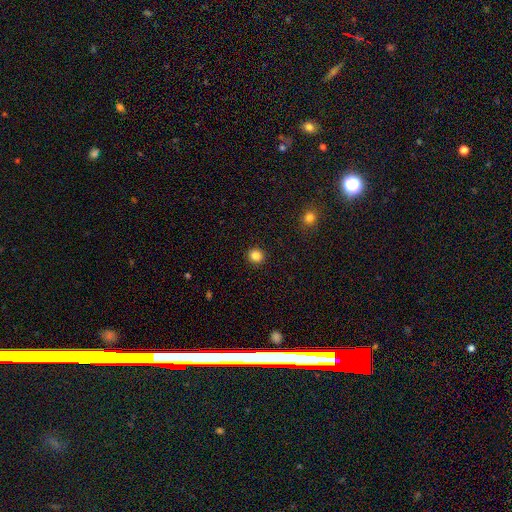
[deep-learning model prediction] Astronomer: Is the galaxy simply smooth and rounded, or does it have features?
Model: smooth — 85%.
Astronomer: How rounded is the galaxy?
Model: round — 92%.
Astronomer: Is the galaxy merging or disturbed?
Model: none — 93%.